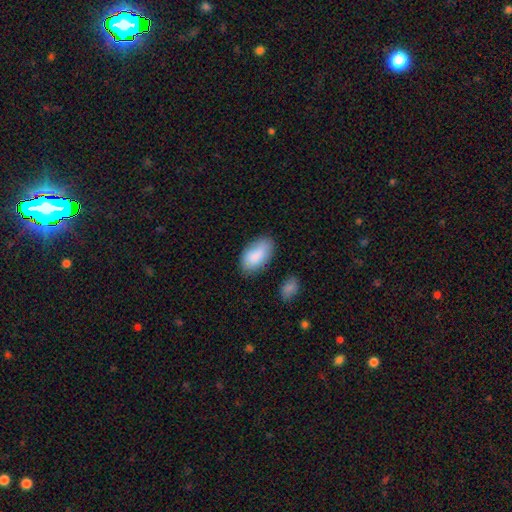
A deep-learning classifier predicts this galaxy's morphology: This appears to be a smooth galaxy with no disk features (85%) that is in between round and cigar-shaped (95%). Merging: none (73%).